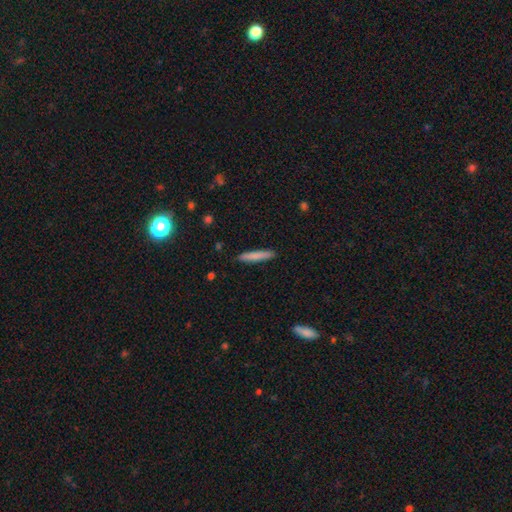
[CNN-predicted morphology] The model was most divided on "smooth or featured": smooth: 80%, featured or disk: 14%, star or artifact: 6%. More confident: how rounded — cigar-shaped (93%); merging — none (90%).